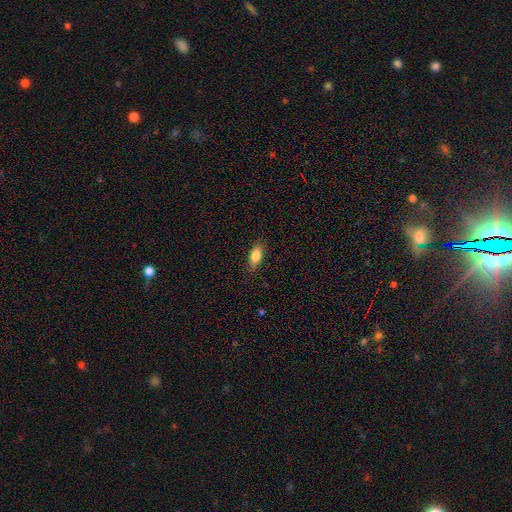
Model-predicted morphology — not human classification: type=smooth (83%); roundness=in between (83%); merging=none (82%).